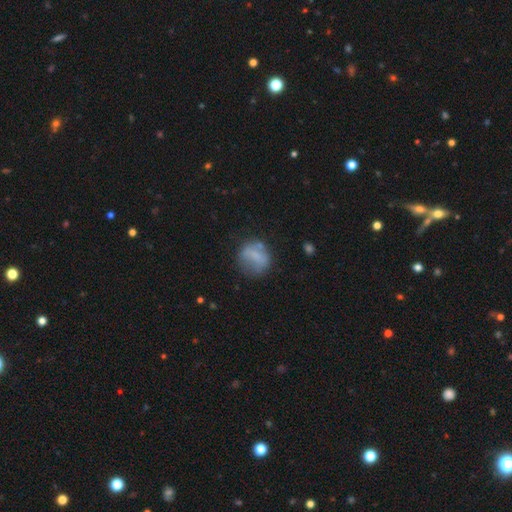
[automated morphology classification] A smooth galaxy with no disk features (66%) that is round (74%). Merging: none (55%).